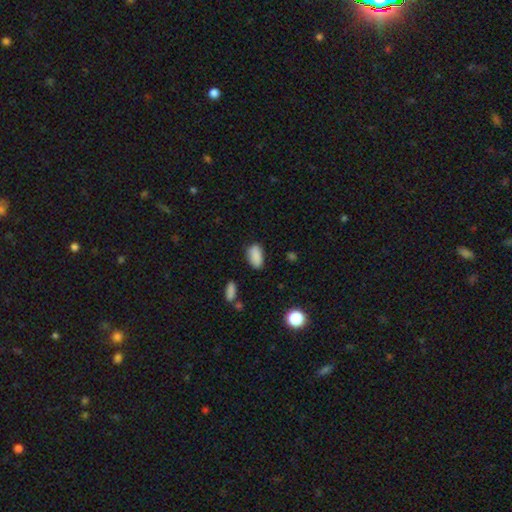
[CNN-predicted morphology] smooth 88%, star or artifact 8%, featured or disk 4%. Down the decision tree: how rounded — in between (92%); merging — none (82%).